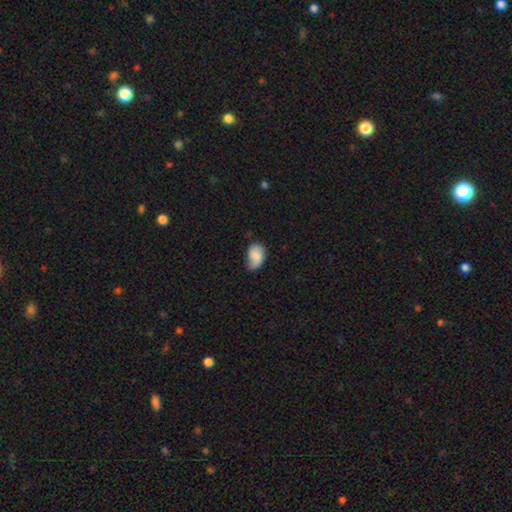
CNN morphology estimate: smooth_or_featured: smooth (p=0.80) [alt: featured or disk p=0.13]
how_rounded: in between (p=0.86) [alt: round p=0.13]
merging: minor disturbance (p=0.43) [alt: none p=0.41]